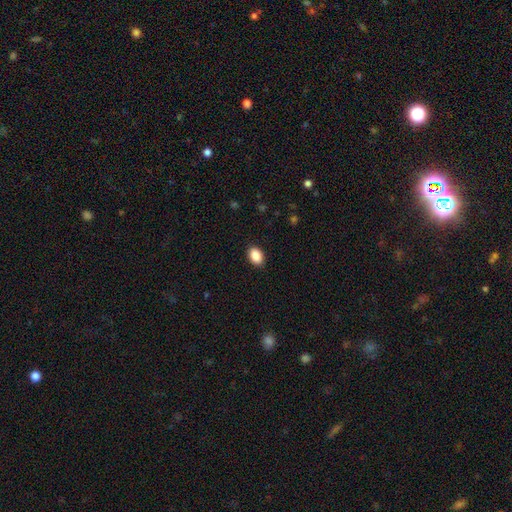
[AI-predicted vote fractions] Overall: smooth (89%). How rounded: in between (86%). Merging: none (90%).